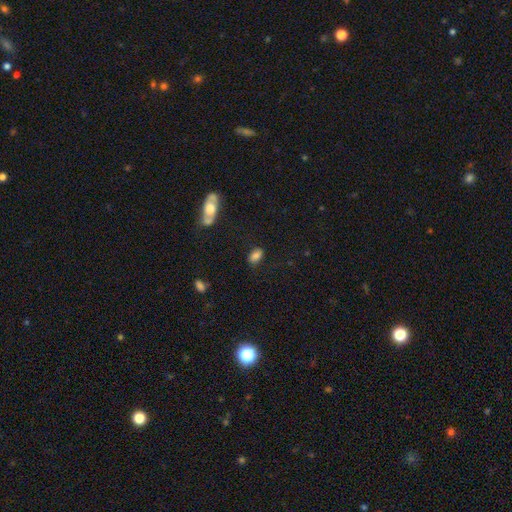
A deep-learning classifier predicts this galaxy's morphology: Smooth or featured: smooth — 79% (star or artifact — 12%)
How rounded: in between — 87% (round — 10%)
Merging: none — 78% (minor disturbance — 15%)